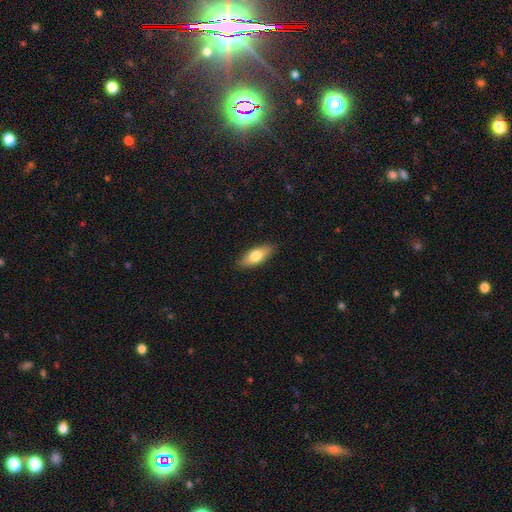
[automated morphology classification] The model was most divided on "smooth or featured": smooth: 70%, featured or disk: 24%, star or artifact: 6%. More confident: merging — none (88%); how rounded — in between (73%).